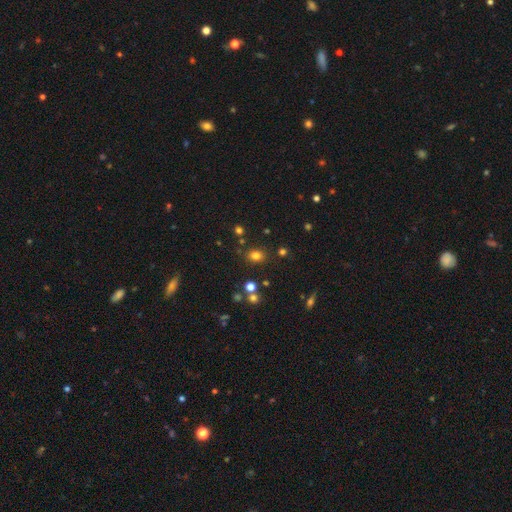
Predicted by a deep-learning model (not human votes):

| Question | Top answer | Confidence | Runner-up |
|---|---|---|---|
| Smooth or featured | smooth | 76% | star or artifact (17%) |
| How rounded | in between | 52% | round (47%) |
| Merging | none | 82% | minor disturbance (10%) |